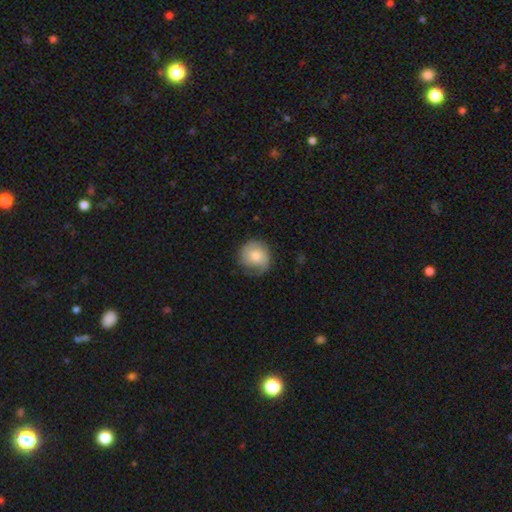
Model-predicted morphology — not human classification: A smooth galaxy with no disk features (53%) that is round (85%). Merging: none (68%).